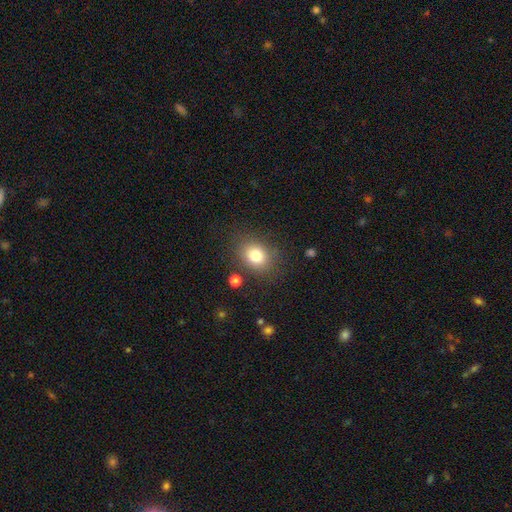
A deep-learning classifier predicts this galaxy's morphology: Q: Smooth or featured?
A: smooth (81%); runner-up: star or artifact (11%)
Q: How rounded?
A: in between (53%); runner-up: round (46%)
Q: Merging?
A: none (81%); runner-up: minor disturbance (12%)